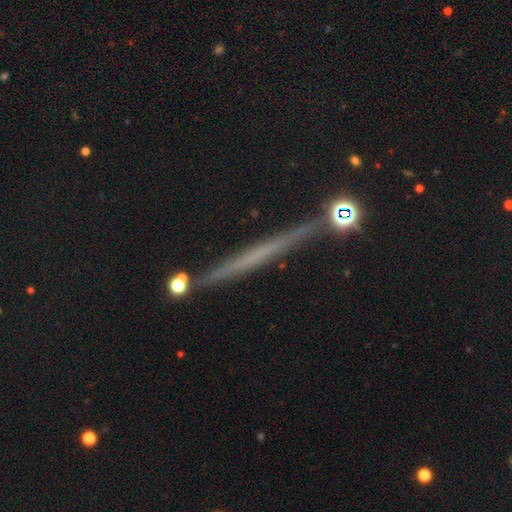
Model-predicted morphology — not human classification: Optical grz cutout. It shows a featured or disk galaxy (55%) viewed edge-on (96%) with no central bulge (87%). Merging: none (84%).